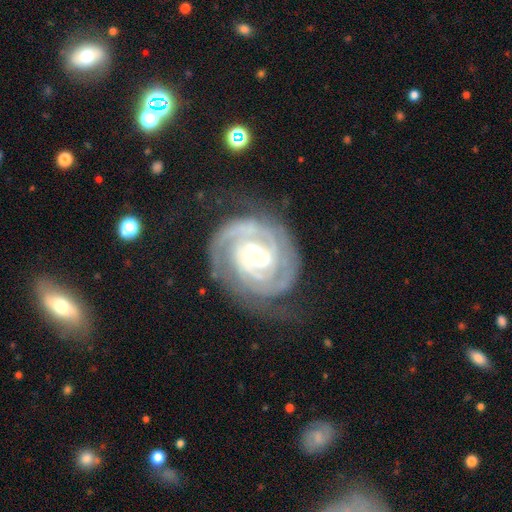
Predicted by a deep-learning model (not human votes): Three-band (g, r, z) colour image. It shows a featured or disk galaxy (90%) with no bar (57%), 2 (51%) tight (76%) spiral arms (98%) and a small central bulge (70%). Merging: none (68%).